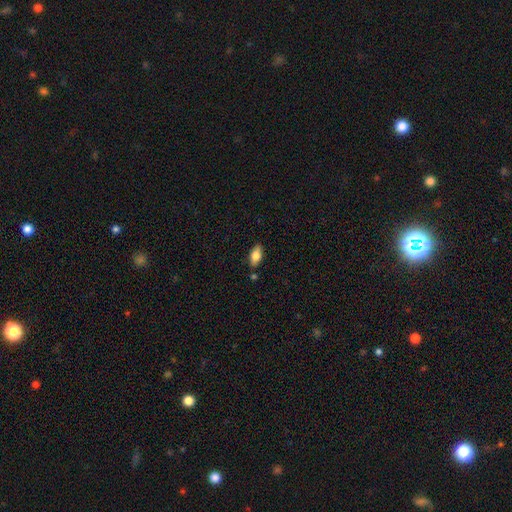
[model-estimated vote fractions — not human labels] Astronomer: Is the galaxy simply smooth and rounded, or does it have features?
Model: smooth — 77%.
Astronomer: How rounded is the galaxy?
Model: in between — 89%.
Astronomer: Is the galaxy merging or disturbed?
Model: none — 82%.